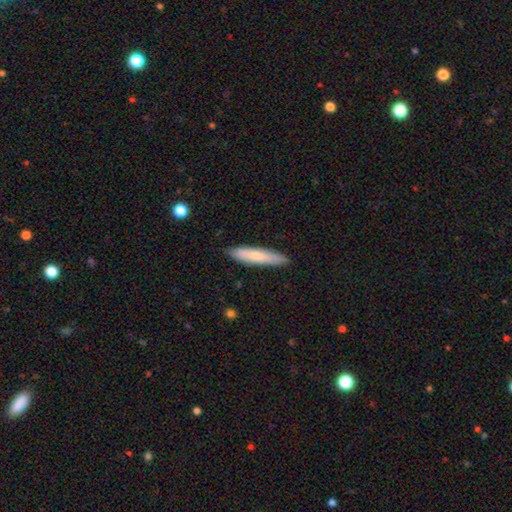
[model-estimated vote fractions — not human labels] Morphology: type=smooth (68%); roundness=cigar-shaped (87%); merging=none (88%).